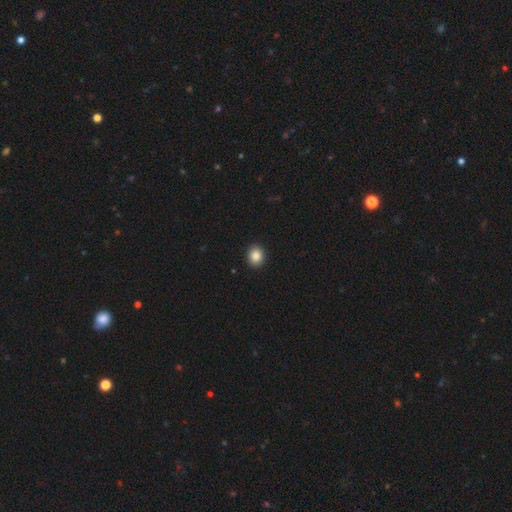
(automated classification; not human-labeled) A smooth galaxy with no disk features (86%) that is round (69%). Merging: none (93%).